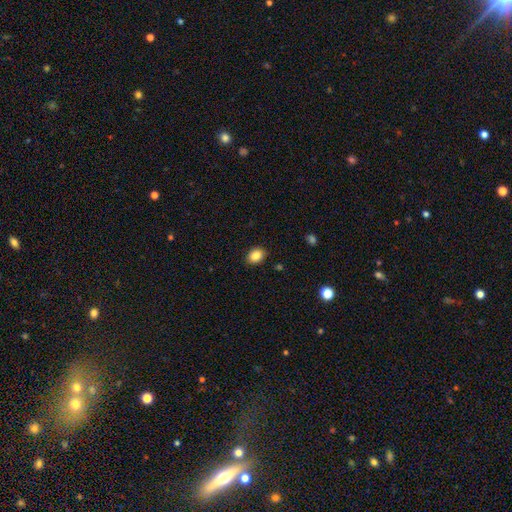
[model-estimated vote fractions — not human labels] smooth-or-featured: smooth: 86% | star or artifact: 9% | featured or disk: 5%
  how-rounded: in between: 61% | round: 38% | cigar-shaped: 1%
  merging: none: 89% | minor disturbance: 8% | major disturbance: 2% | merger: 1%